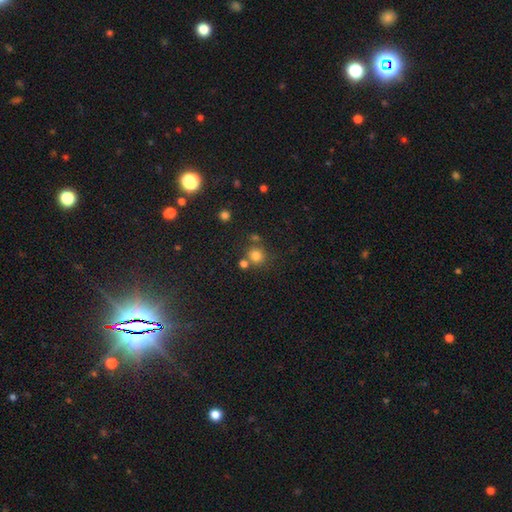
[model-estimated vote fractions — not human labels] Smooth or featured? Predicted: smooth (p=0.78). How rounded? Predicted: round (p=0.87). Merging? Predicted: none (p=0.66).